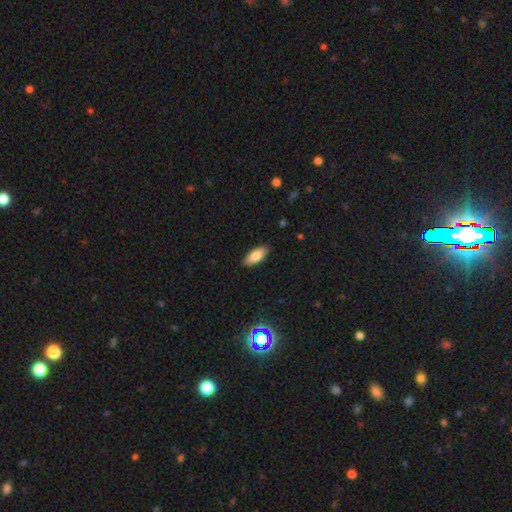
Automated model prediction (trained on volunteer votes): This is clearly a smooth galaxy (81%). How rounded: clearly in between (83%). Merging: clearly none (87%).